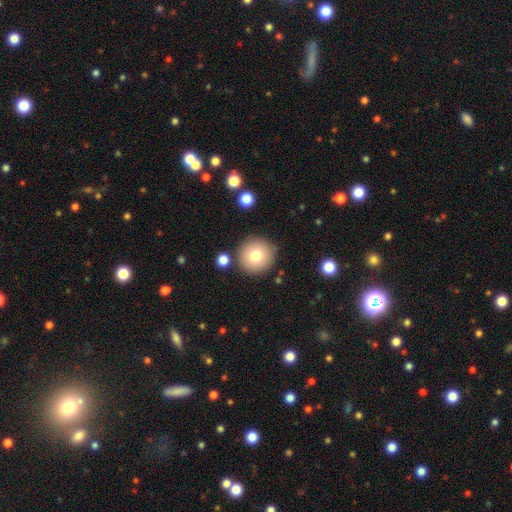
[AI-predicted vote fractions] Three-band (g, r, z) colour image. It shows a smooth galaxy with no disk features (77%) that is round (94%). Merging: none (85%).